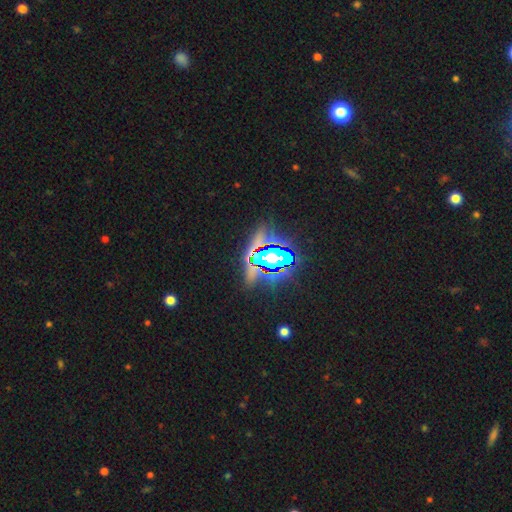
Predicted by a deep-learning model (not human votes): Q: Smooth or featured?
A: star or artifact (59%); runner-up: featured or disk (21%)